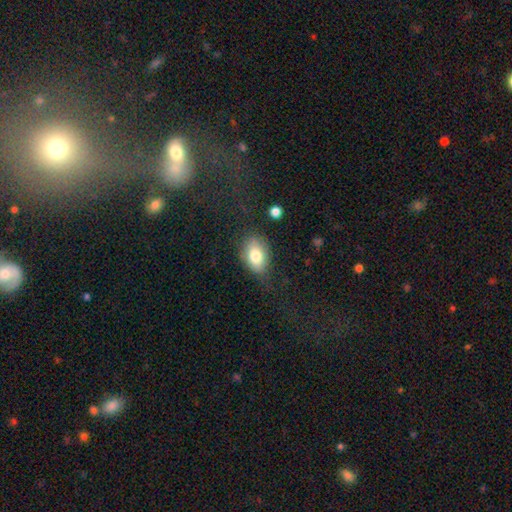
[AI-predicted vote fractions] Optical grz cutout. It shows a smooth galaxy with no disk features (78%) that is in between round and cigar-shaped (86%). Merging: none (69%).